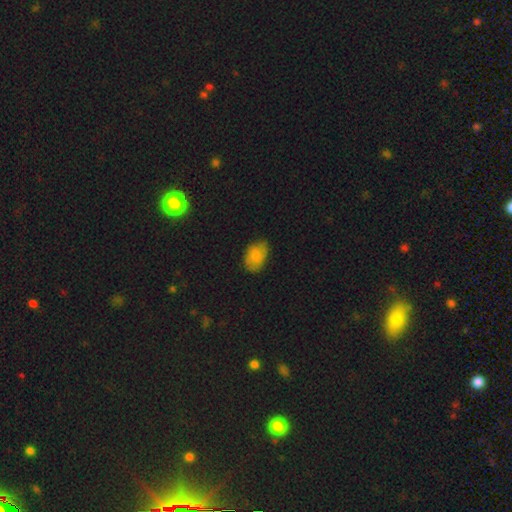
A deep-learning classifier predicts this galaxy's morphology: smooth 82%, featured or disk 10%, star or artifact 8%. Down the decision tree: how rounded — in between (86%); merging — none (70%).